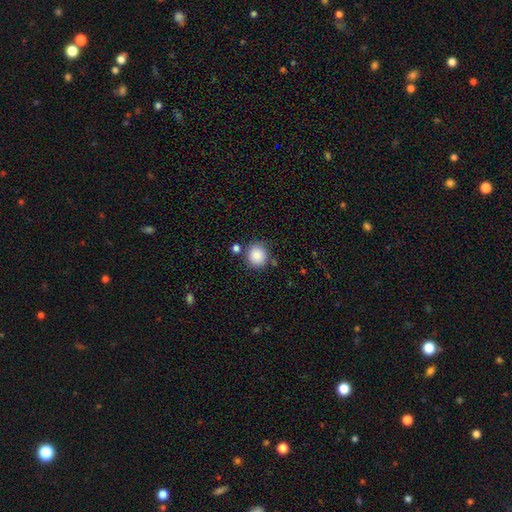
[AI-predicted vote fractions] This is clearly a smooth galaxy (87%). How rounded: clearly round (89%). Merging: likely none (77%).